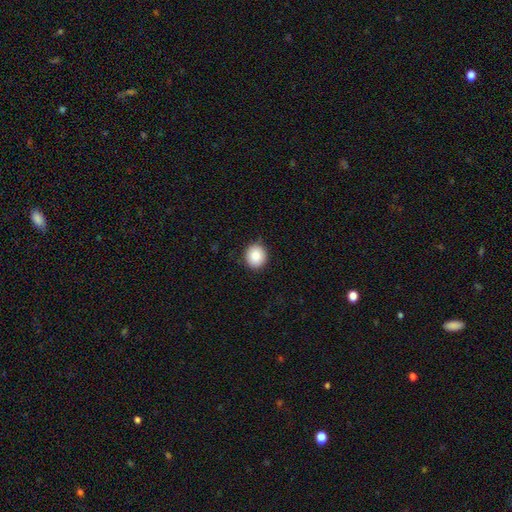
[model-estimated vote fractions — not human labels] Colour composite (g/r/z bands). It shows a smooth galaxy with no disk features (85%) that is round (87%). Merging: none (89%).